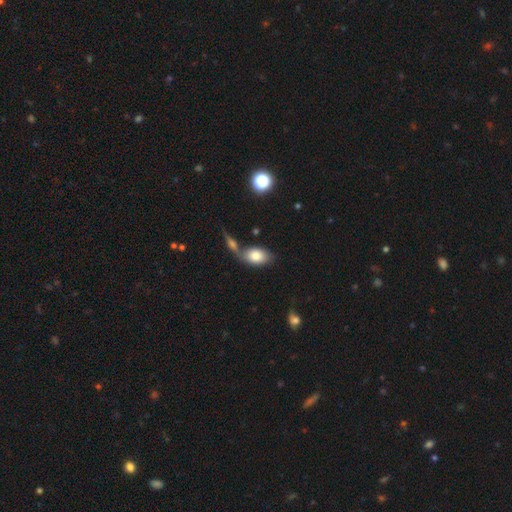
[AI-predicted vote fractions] Smooth or featured: smooth — 79% (featured or disk — 14%)
How rounded: in between — 90% (round — 8%)
Merging: none — 45% (merger — 37%)